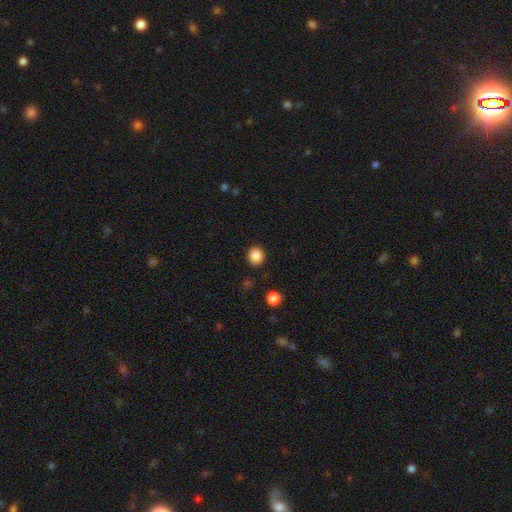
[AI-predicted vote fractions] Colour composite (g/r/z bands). It shows a smooth galaxy with no disk features (87%) that is round (83%). Merging: none (90%).